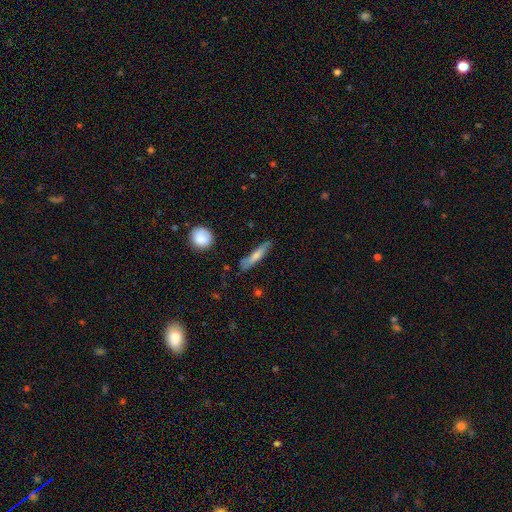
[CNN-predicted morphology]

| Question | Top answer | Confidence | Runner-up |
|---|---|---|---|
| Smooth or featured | smooth | 67% | featured or disk (27%) |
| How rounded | cigar-shaped | 83% | in between (15%) |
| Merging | none | 71% | minor disturbance (21%) |